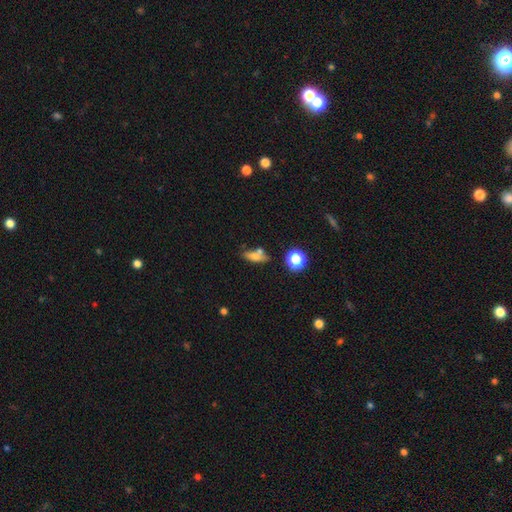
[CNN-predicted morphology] A smooth galaxy with no disk features (65%) that is in between round and cigar-shaped (55%).

Vote fractions:
- Smooth or featured? smooth: 65% / featured or disk: 22% / star or artifact: 13%
- How rounded? in between: 55% / cigar-shaped: 34% / round: 10%
- Merging? none: 60% / merger: 18% / minor disturbance: 17% / major disturbance: 6%